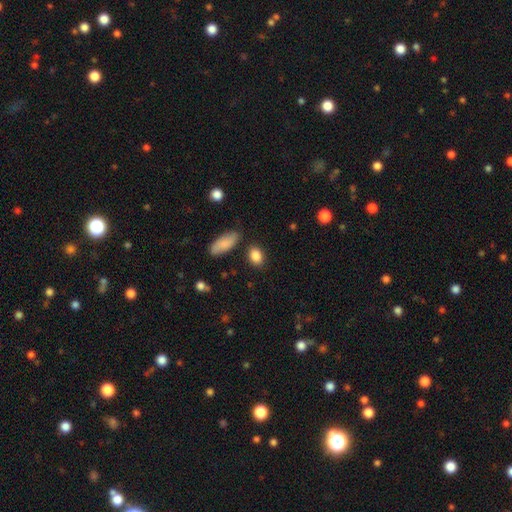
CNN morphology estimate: Q: Smooth or featured?
A: smooth (87%); runner-up: star or artifact (8%)
Q: How rounded?
A: in between (77%); runner-up: round (21%)
Q: Merging?
A: none (81%); runner-up: minor disturbance (11%)